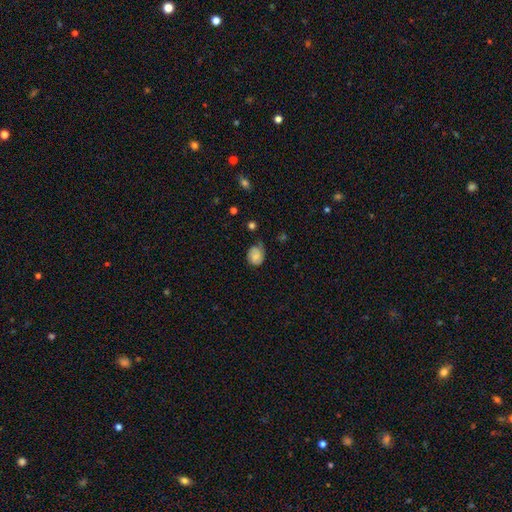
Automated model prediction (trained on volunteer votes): smooth-or-featured: smooth: 68% | featured or disk: 23% | star or artifact: 9%
  how-rounded: round: 52% | in between: 47% | cigar-shaped: 1%
  merging: none: 53% | minor disturbance: 35% | major disturbance: 10% | merger: 2%